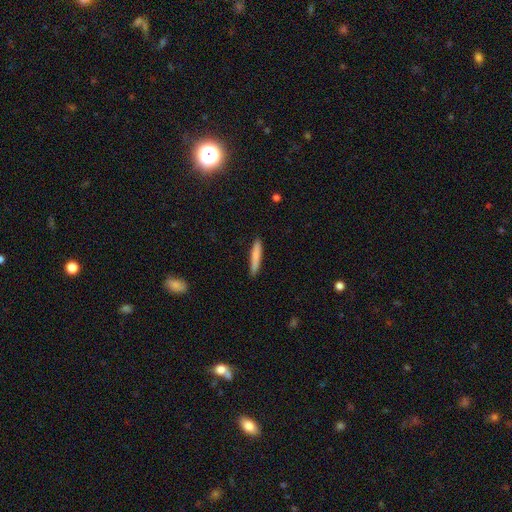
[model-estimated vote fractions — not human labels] Overall: smooth (78%). How rounded: cigar-shaped (93%). Merging: none (88%).